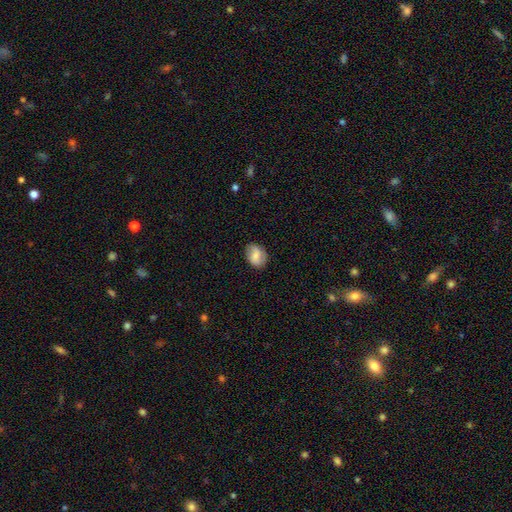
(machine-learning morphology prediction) A smooth galaxy with no disk features (68%) that is in between round and cigar-shaped (67%). Merging: none (80%).